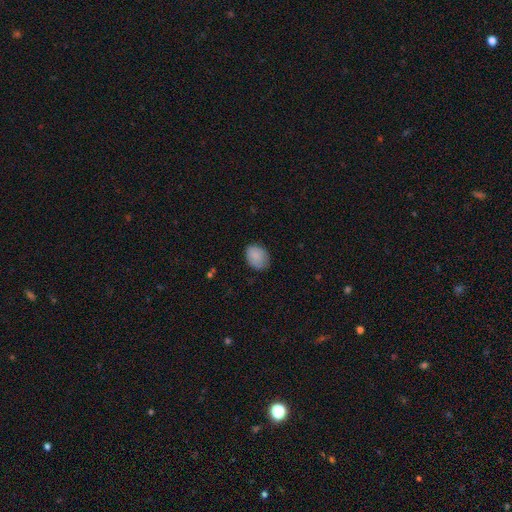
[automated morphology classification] A smooth galaxy with no disk features (85%) that is in between round and cigar-shaped (64%). Merging: none (74%).